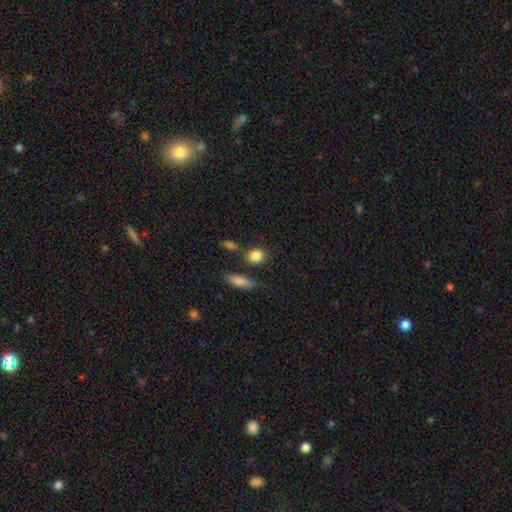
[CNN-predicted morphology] This is clearly a smooth galaxy (85%). How rounded: likely round (63%). Merging: likely none (72%).